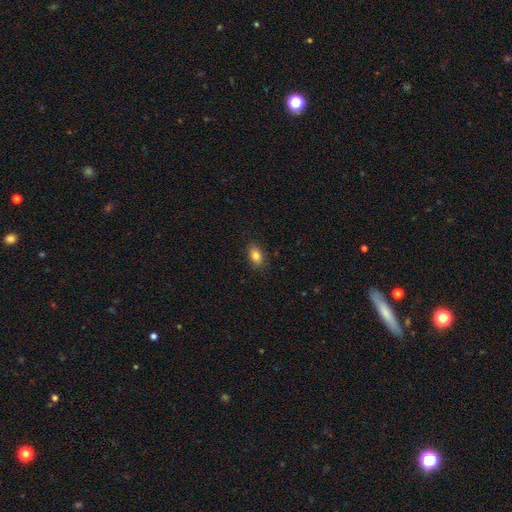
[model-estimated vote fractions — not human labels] Overall: smooth (83%). How rounded: in between (88%). Merging: none (86%).